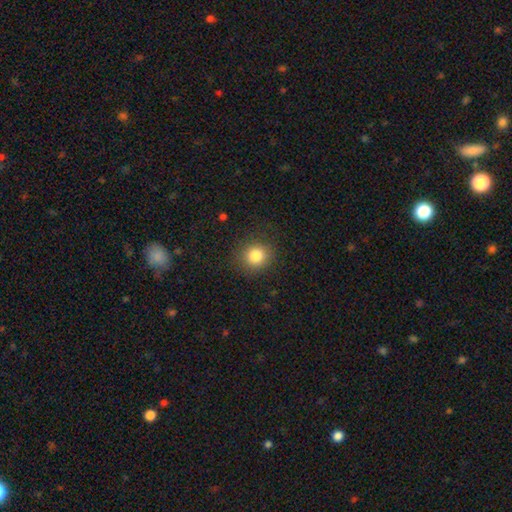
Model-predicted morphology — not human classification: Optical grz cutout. It shows a smooth galaxy with no disk features (83%) that is round (84%). Merging: none (87%).